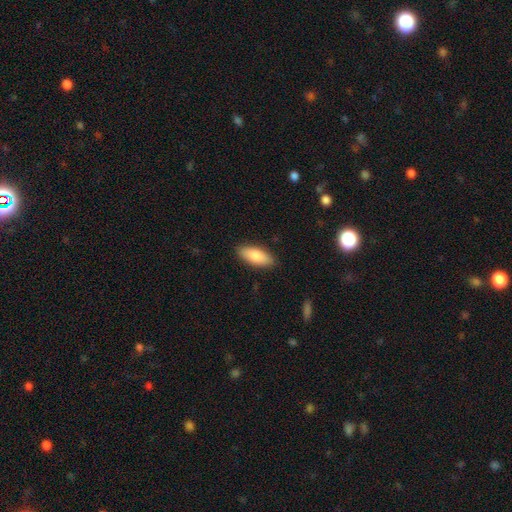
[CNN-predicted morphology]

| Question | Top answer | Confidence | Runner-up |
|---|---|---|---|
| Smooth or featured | smooth | 85% | featured or disk (10%) |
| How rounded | in between | 81% | cigar-shaped (17%) |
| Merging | none | 88% | minor disturbance (9%) |